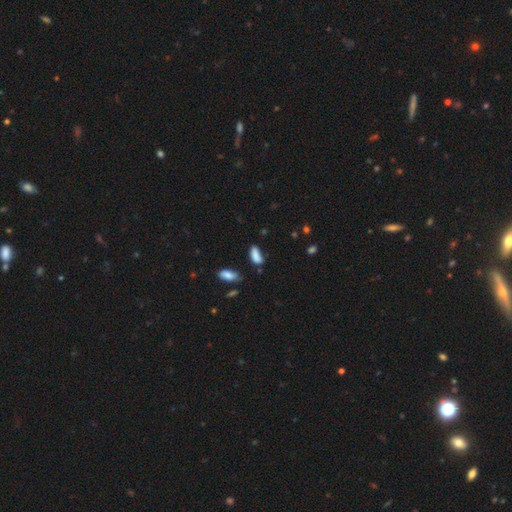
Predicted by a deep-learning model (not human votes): smooth 84%, star or artifact 10%, featured or disk 7%. Down the decision tree: how rounded — in between (79%); merging — none (53%).